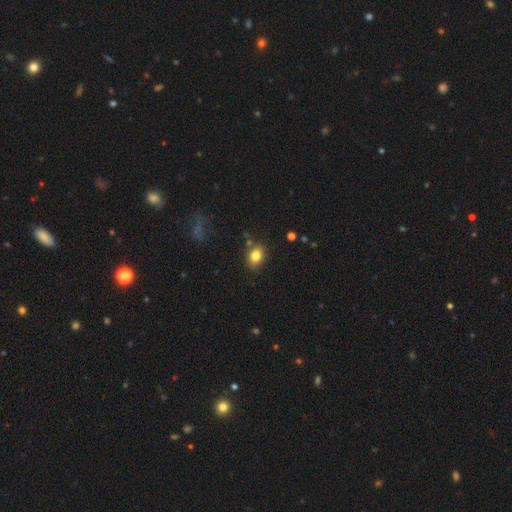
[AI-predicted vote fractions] smooth 82%, star or artifact 10%, featured or disk 8%. Down the decision tree: how rounded — in between (57%); merging — none (80%).